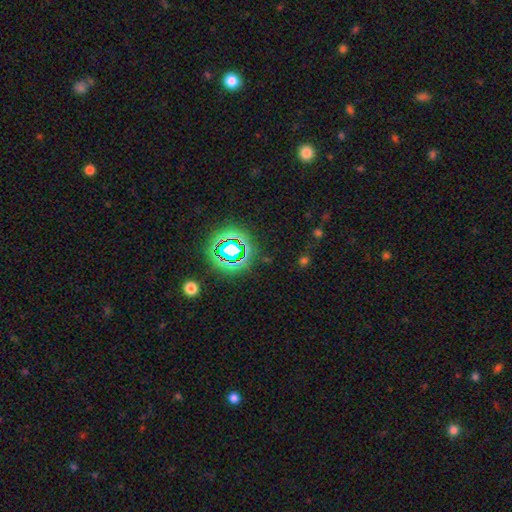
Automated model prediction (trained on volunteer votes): Overall: star or artifact (73%).